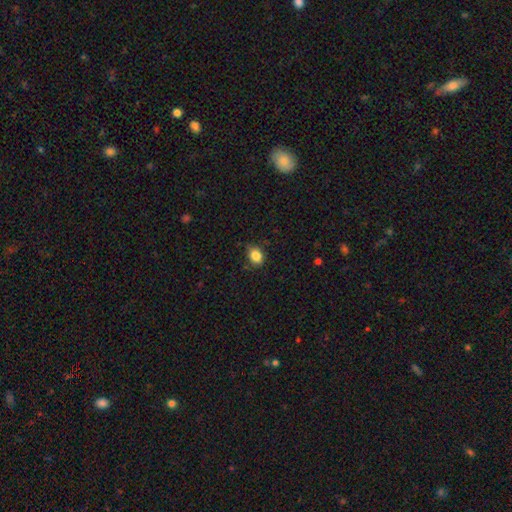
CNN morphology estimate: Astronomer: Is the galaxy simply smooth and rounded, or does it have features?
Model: smooth — 85%.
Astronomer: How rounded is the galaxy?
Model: in between — 64%.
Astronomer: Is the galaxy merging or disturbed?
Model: none — 78%.